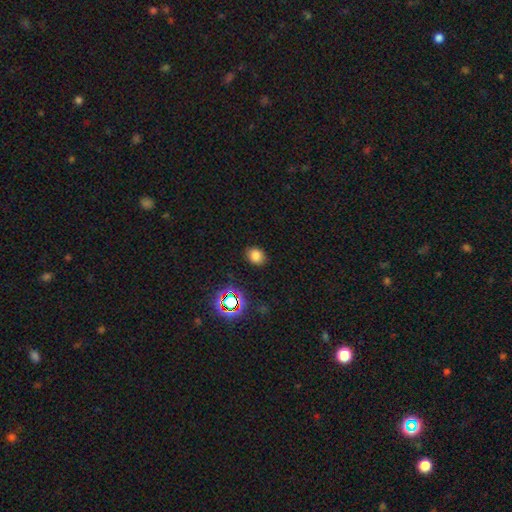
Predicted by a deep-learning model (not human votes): A smooth galaxy with no disk features (76%) that is in between round and cigar-shaped (55%). Merging: none (85%).